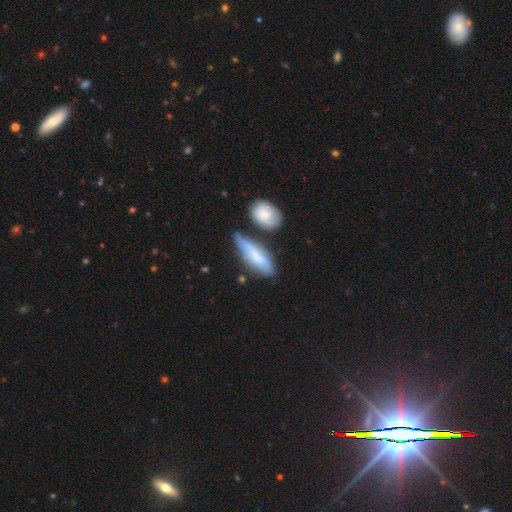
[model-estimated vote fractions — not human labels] A smooth galaxy with no disk features (63%) that is in between round and cigar-shaped (55%). Merging: none (45%).